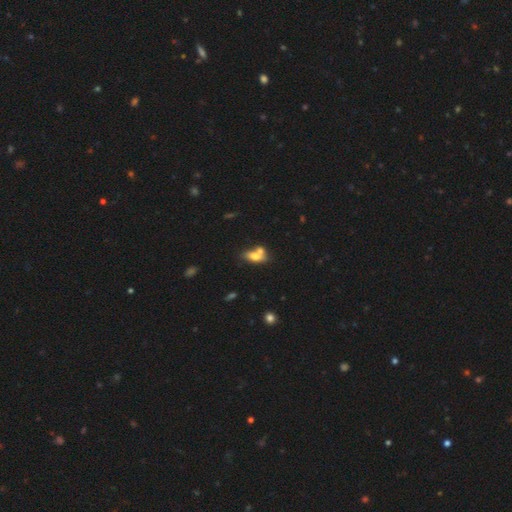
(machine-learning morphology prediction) Overall: smooth (69%). How rounded: in between (80%). Merging: merger (48%; none 34%).